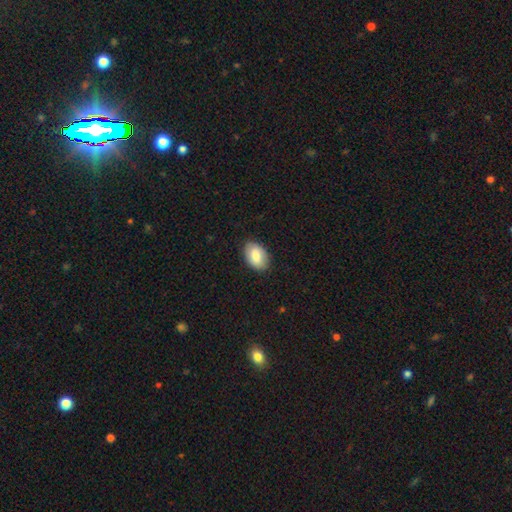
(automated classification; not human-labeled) This appears to be a smooth galaxy with no disk features (81%) that is in between round and cigar-shaped (89%). Merging: none (86%).